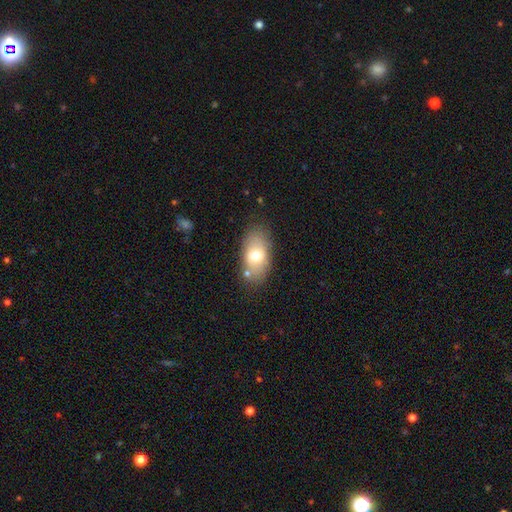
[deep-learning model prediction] The model was most divided on "smooth or featured": smooth: 69%, featured or disk: 23%, star or artifact: 8%. More confident: how rounded — in between (90%); merging — none (73%).